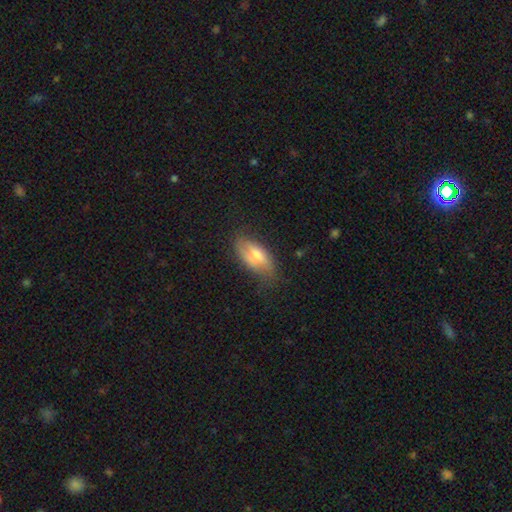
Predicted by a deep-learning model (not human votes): A smooth galaxy with no disk features (60%) that is in between round and cigar-shaped (88%).

Vote fractions:
- Smooth or featured? smooth: 60% / featured or disk: 33% / star or artifact: 7%
- How rounded? in between: 88% / cigar-shaped: 8% / round: 3%
- Merging? none: 59% / minor disturbance: 30% / major disturbance: 9% / merger: 2%